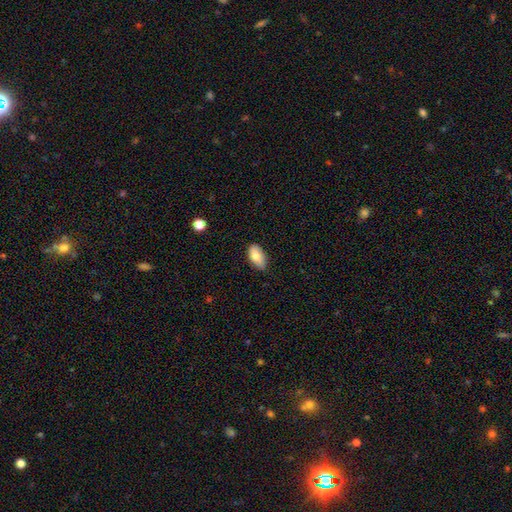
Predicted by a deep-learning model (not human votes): Smooth or featured?
  - smooth: 79% *
  - featured or disk: 15%
  - star or artifact: 7%
How rounded?
  - in between: 93% *
  - round: 4%
  - cigar-shaped: 3%
Merging?
  - none: 72% *
  - minor disturbance: 23%
  - major disturbance: 3%
  - merger: 1%